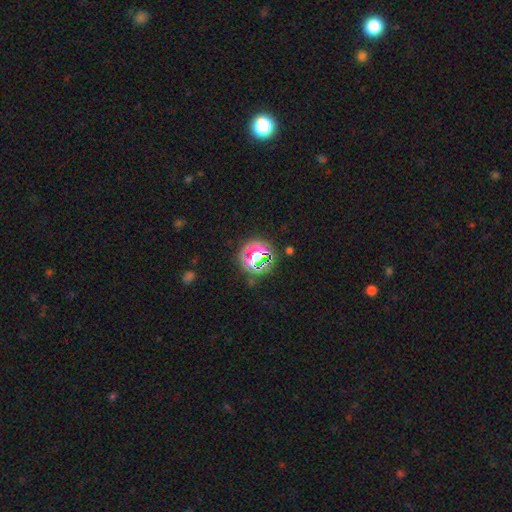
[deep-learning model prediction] A star or artifact, not a galaxy (46%).

Vote fractions:
- Smooth or featured? star or artifact: 46% / smooth: 43% / featured or disk: 11%